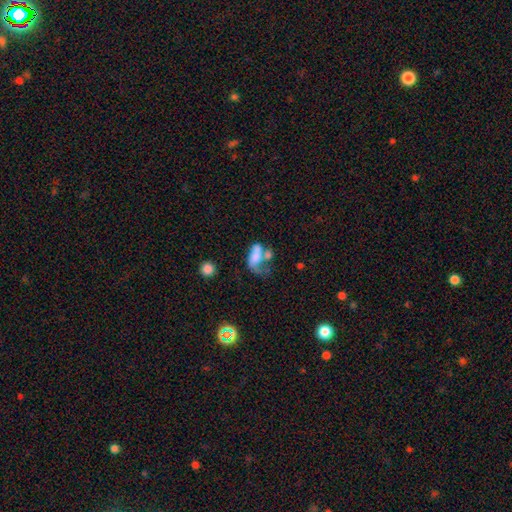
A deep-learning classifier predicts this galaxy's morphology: Smooth or featured? Predicted: smooth (p=0.52). How rounded? Predicted: in between (p=0.84). Merging? Predicted: merger (p=0.38).